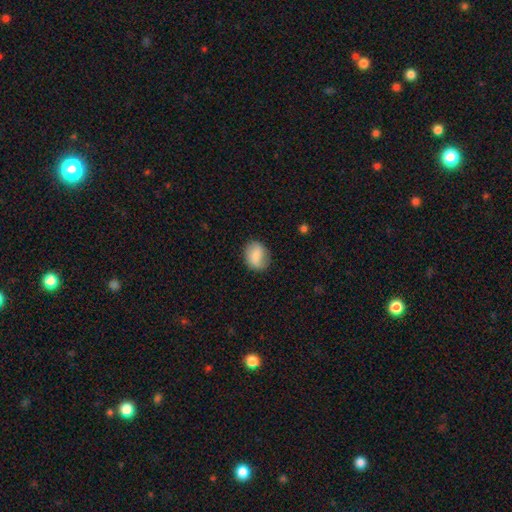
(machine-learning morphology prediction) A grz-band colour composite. It shows a smooth galaxy with no disk features (77%) that is in between round and cigar-shaped (57%). Merging: none (75%).